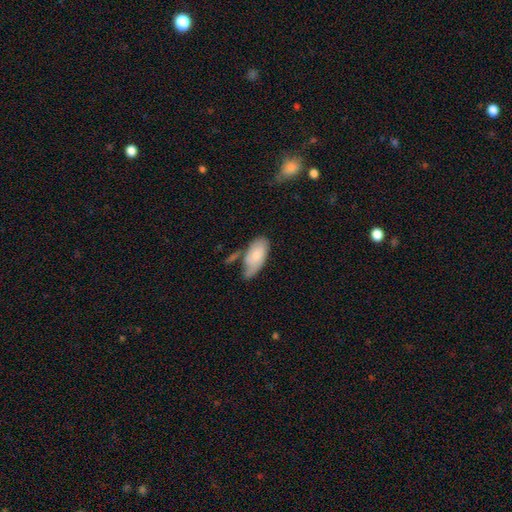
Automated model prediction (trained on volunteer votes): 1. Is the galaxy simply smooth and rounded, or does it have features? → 70% smooth, 24% featured or disk, 6% star or artifact.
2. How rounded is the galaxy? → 93% in between, 4% cigar-shaped, 3% round.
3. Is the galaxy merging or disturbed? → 41% none, 32% minor disturbance, 15% merger, 12% major disturbance.